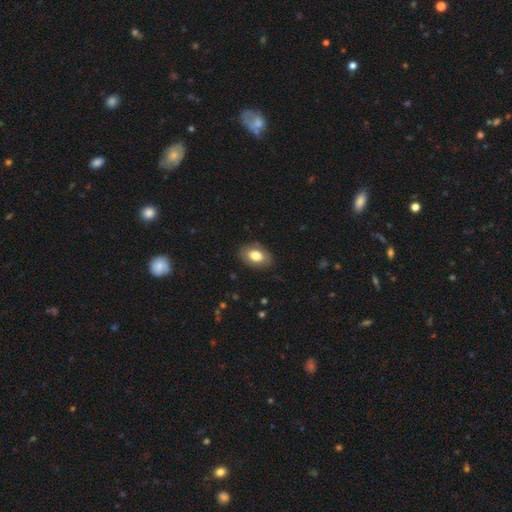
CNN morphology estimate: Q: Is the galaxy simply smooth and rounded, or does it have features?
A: smooth — 79%.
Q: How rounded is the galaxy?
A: in between — 89%.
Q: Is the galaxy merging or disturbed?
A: none — 83%.